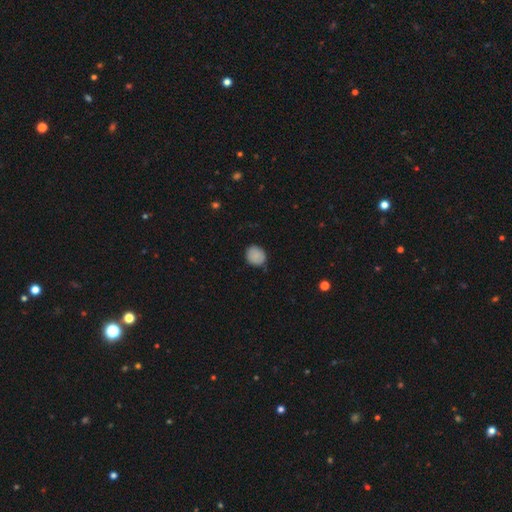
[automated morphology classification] smooth-or-featured: smooth: 86% | star or artifact: 8% | featured or disk: 6%
  how-rounded: round: 77% | in between: 23% | cigar-shaped: 1%
  merging: none: 78% | minor disturbance: 18% | major disturbance: 3% | merger: 1%